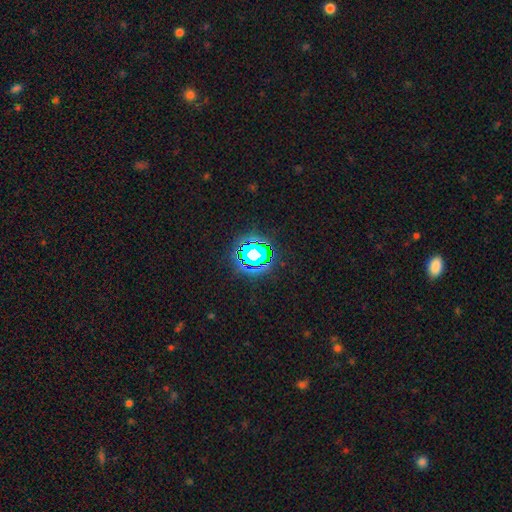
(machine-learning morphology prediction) Smooth or featured? star or artifact (78%)